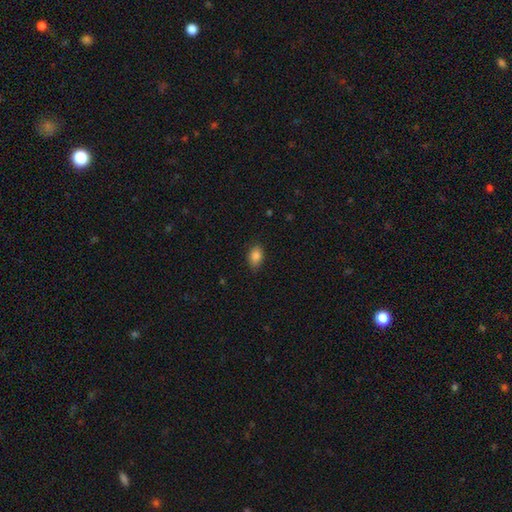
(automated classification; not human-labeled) A smooth galaxy with no disk features (86%) that is in between round and cigar-shaped (82%). Merging: none (82%).